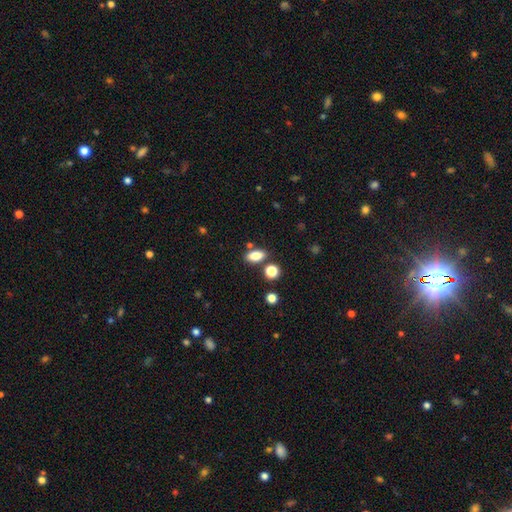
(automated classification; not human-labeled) Overall: smooth (84%). How rounded: in between (85%). Merging: none (77%).